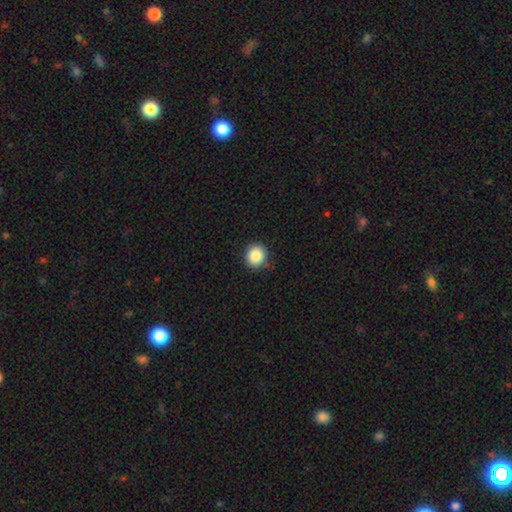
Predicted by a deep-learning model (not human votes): Morphology: type=smooth (87%); roundness=round (86%); merging=none (87%).